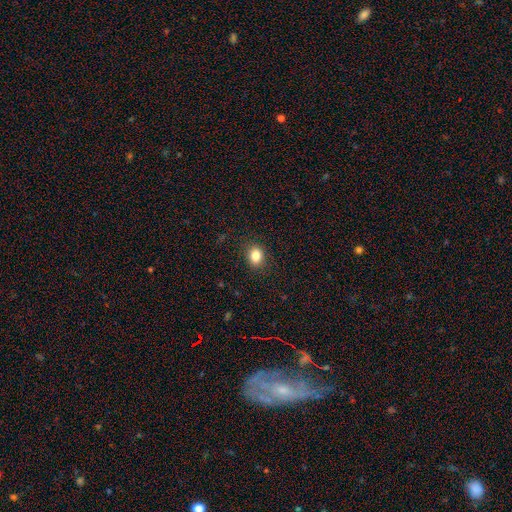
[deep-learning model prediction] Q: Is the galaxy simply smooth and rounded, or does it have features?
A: smooth — 84%.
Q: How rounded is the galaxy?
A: round — 50%.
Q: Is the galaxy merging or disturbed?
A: none — 88%.